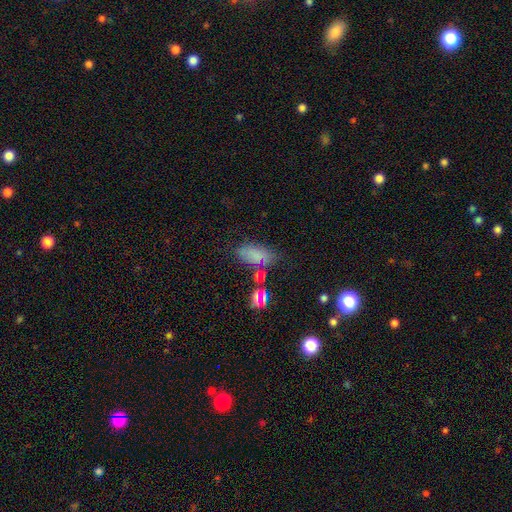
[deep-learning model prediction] Q: Smooth or featured?
A: smooth (68%); runner-up: star or artifact (20%)
Q: How rounded?
A: in between (83%); runner-up: cigar-shaped (11%)
Q: Merging?
A: none (60%); runner-up: minor disturbance (20%)